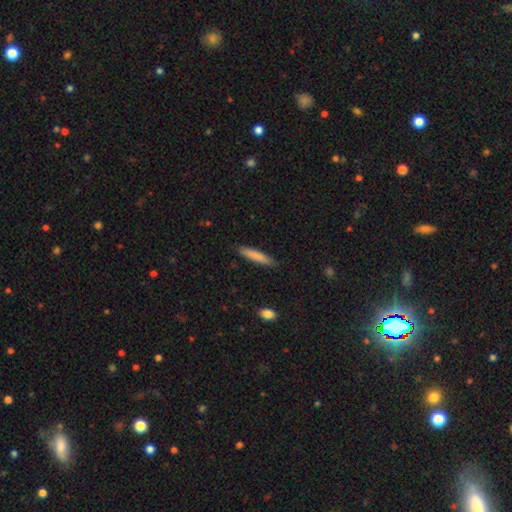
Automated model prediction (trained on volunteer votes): The model was most divided on "smooth or featured": smooth: 81%, featured or disk: 13%, star or artifact: 6%. More confident: how rounded — cigar-shaped (89%); merging — none (86%).